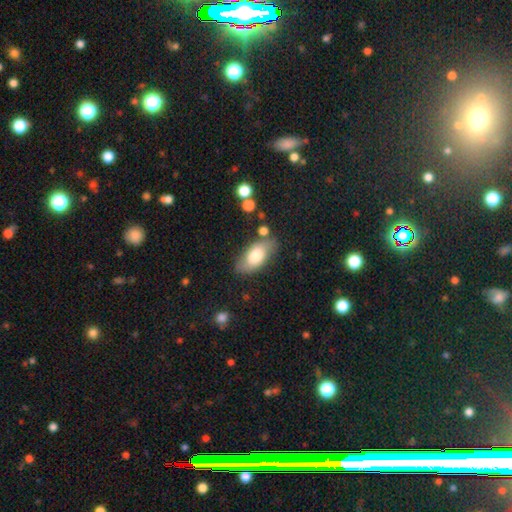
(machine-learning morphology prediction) A smooth galaxy with no disk features (74%) that is in between round and cigar-shaped (91%). Merging: none (74%).